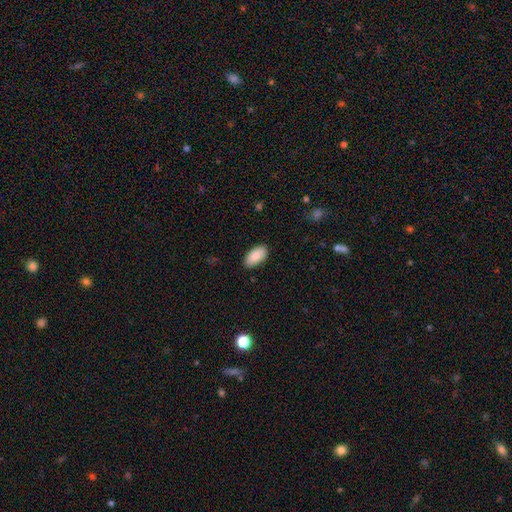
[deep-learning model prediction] Morphology: type=smooth (88%); roundness=in between (95%); merging=none (86%).